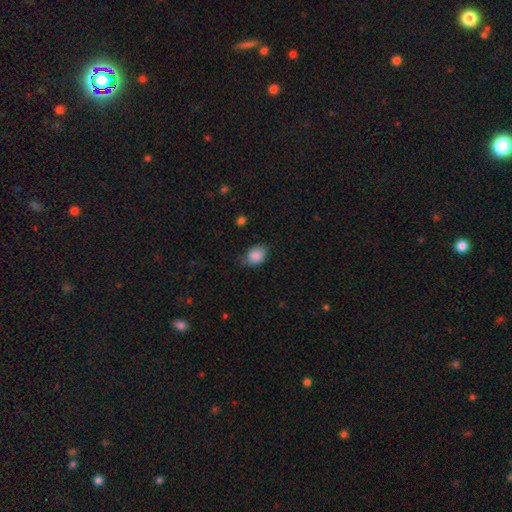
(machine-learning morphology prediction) The model was most divided on "merging": none: 68%, minor disturbance: 25%, major disturbance: 6%, merger: 1%. More confident: smooth or featured — smooth (87%); how rounded — in between (76%).